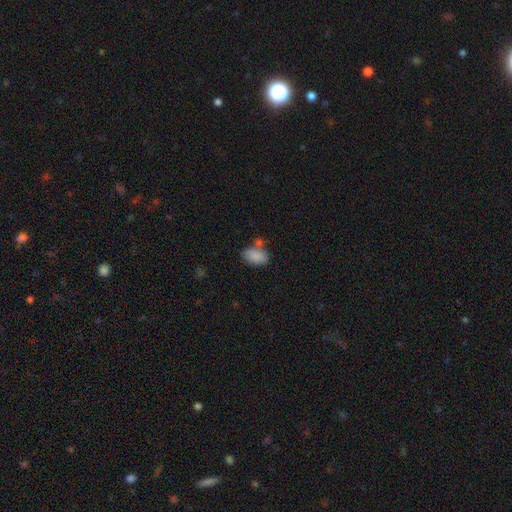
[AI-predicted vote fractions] Morphology: type=smooth (86%); roundness=in between (91%); merging=none (56%).